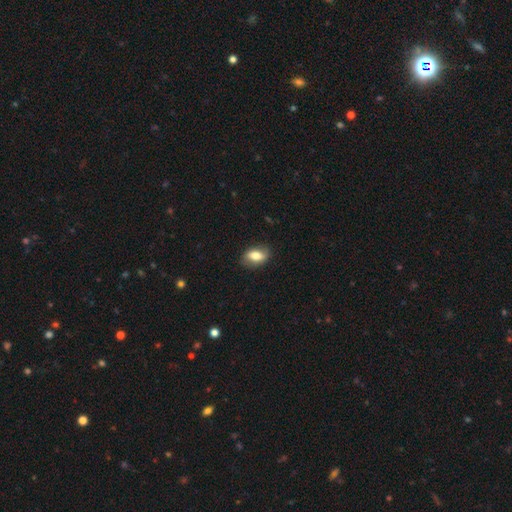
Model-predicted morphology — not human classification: This appears to be a smooth galaxy with no disk features (67%) that is in between round and cigar-shaped (84%). Merging: none (80%).